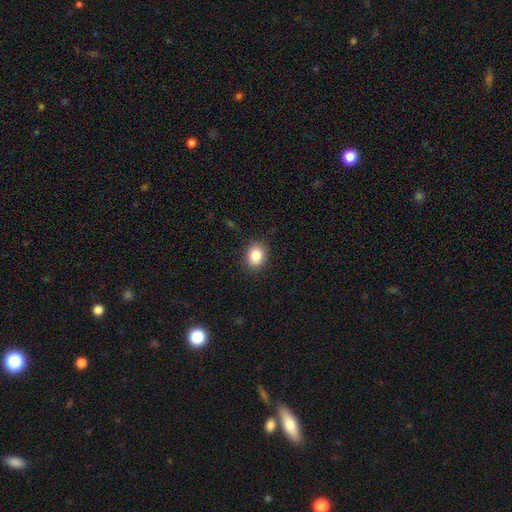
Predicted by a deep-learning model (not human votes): The model was most divided on "how rounded": round: 51%, in between: 48%, cigar-shaped: 1%. More confident: merging — none (88%); smooth or featured — smooth (85%).